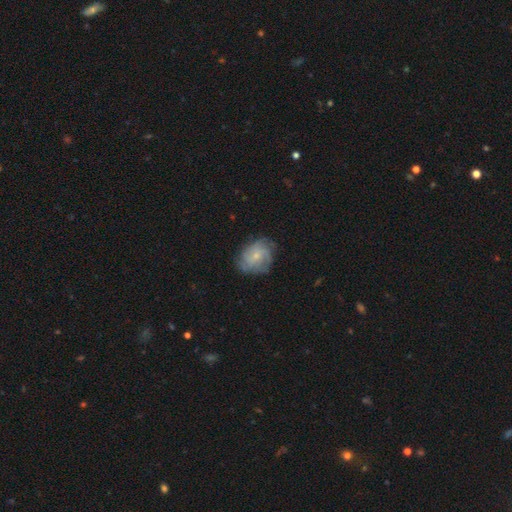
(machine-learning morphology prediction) featured or disk 65%, smooth 27%, star or artifact 8%. Down the decision tree: edge-on disk — no (98%); bar — no (72%); spiral arms — yes (89%); spiral arm count — can't tell (37%); spiral winding — tight (46%); bulge size — small (72%); merging — none (70%).